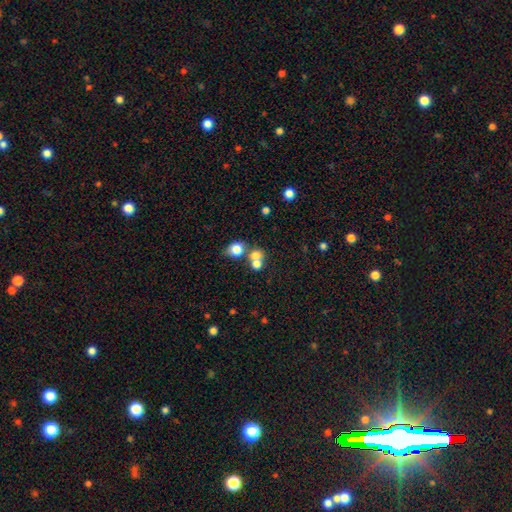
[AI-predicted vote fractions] Smooth or featured?
  - smooth: 70% *
  - star or artifact: 15%
  - featured or disk: 14%
How rounded?
  - round: 76% *
  - in between: 23%
  - cigar-shaped: 1%
Merging?
  - merger: 49% *
  - none: 39%
  - minor disturbance: 7%
  - major disturbance: 4%